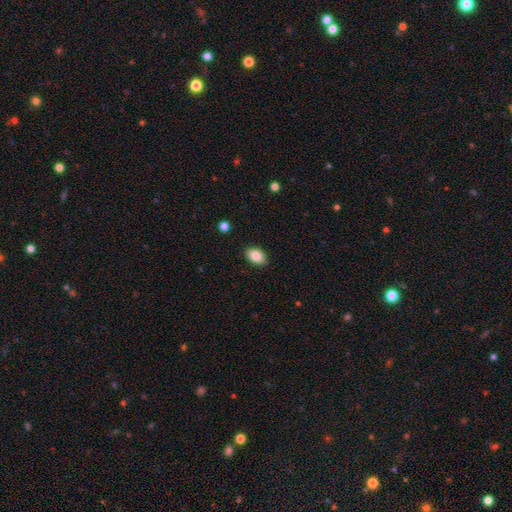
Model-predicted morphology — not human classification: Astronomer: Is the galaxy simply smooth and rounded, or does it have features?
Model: smooth — 86%.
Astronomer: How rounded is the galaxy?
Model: in between — 88%.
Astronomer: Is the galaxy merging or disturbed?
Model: none — 89%.